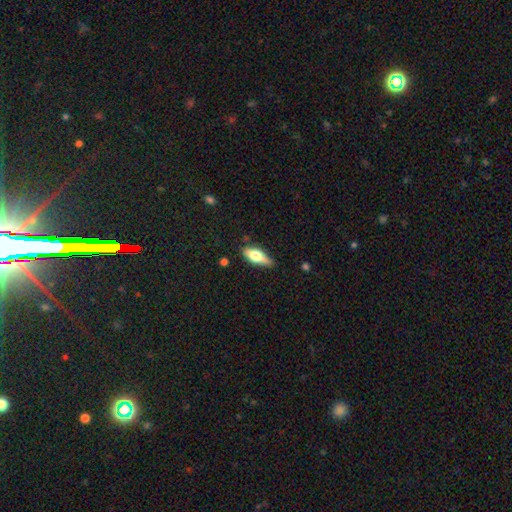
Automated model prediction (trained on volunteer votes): A smooth galaxy with no disk features (55%) that is in between round and cigar-shaped (66%).

Vote fractions:
- Smooth or featured? smooth: 55% / featured or disk: 38% / star or artifact: 7%
- How rounded? in between: 66% / cigar-shaped: 31% / round: 3%
- Merging? none: 76% / minor disturbance: 18% / major disturbance: 4% / merger: 2%